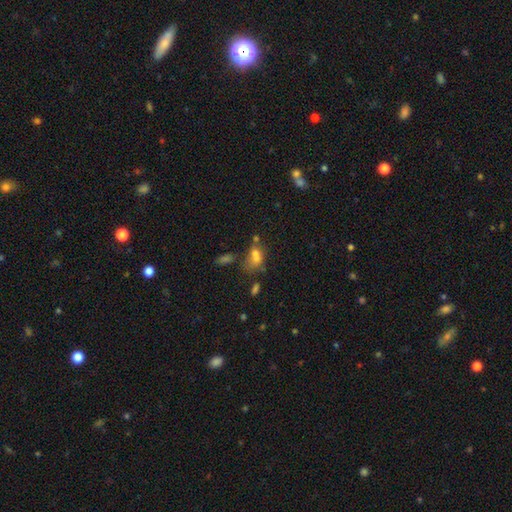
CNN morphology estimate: A smooth galaxy with no disk features (63%) that is in between round and cigar-shaped (75%). Merging: merger (39%).